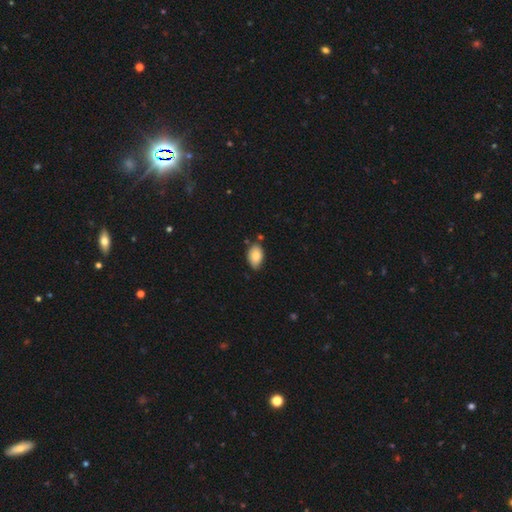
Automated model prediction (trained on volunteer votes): Morphology: type=smooth (83%); roundness=in between (90%); merging=none (73%).